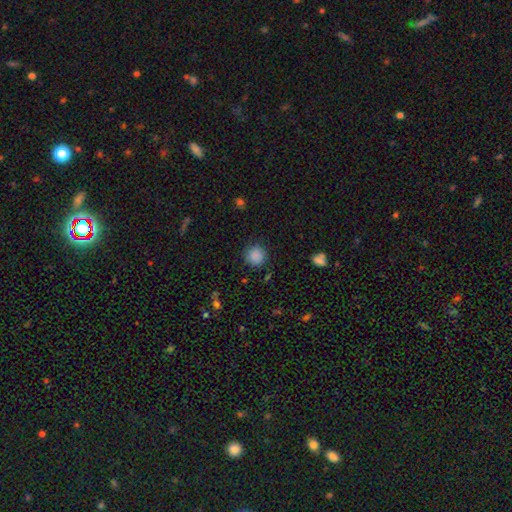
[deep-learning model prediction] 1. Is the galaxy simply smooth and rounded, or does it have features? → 86% smooth, 10% star or artifact, 4% featured or disk.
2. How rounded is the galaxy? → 92% round, 7% in between, 1% cigar-shaped.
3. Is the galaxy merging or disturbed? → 85% none, 10% minor disturbance, 3% major disturbance, 2% merger.